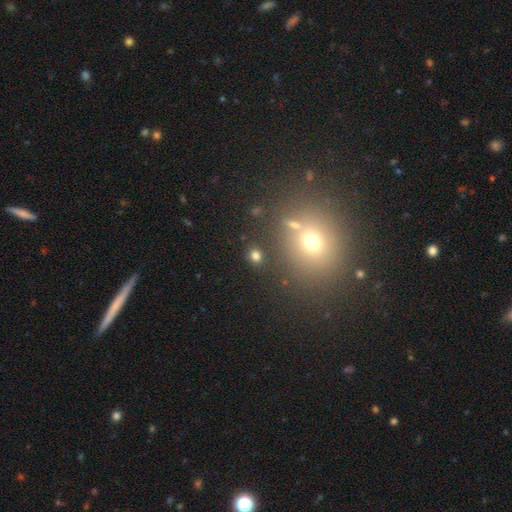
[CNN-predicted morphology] Smooth or featured? Predicted: smooth (p=0.75). How rounded? Predicted: round (p=0.67). Merging? Predicted: none (p=0.83).